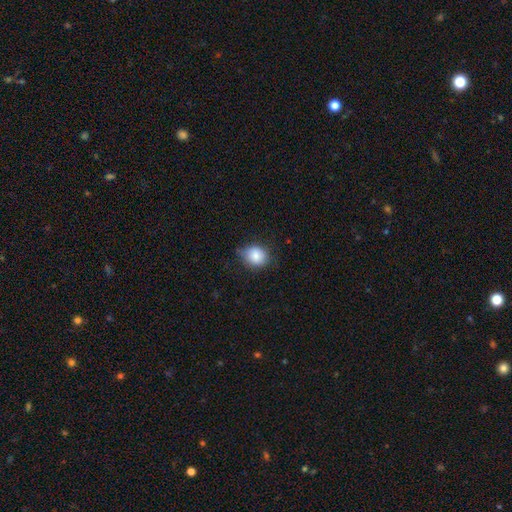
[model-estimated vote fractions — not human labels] smooth 84%, star or artifact 9%, featured or disk 8%. Down the decision tree: how rounded — round (60%); merging — none (68%).